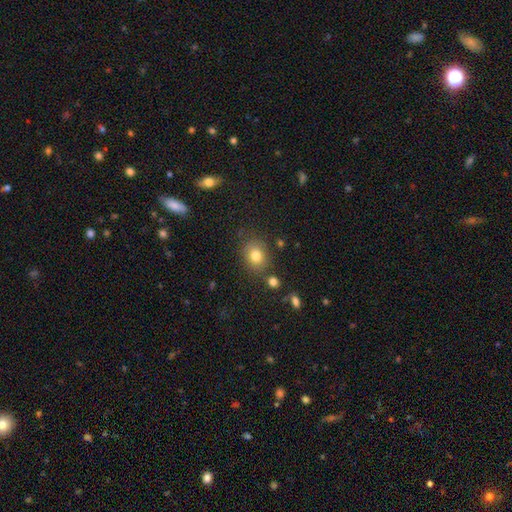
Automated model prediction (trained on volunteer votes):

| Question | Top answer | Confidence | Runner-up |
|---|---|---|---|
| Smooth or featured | smooth | 80% | star or artifact (11%) |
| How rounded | round | 57% | in between (42%) |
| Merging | none | 78% | minor disturbance (13%) |